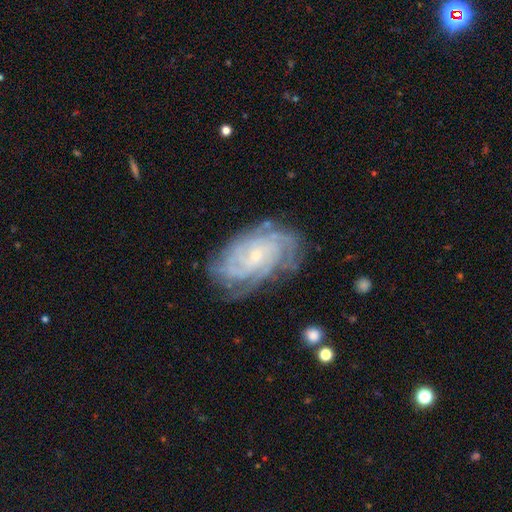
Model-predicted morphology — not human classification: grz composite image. It shows a featured or disk galaxy (86%) with no bar (65%), tight (73%) spiral arms (97%) and a small central bulge (72%). Merging: none (74%).